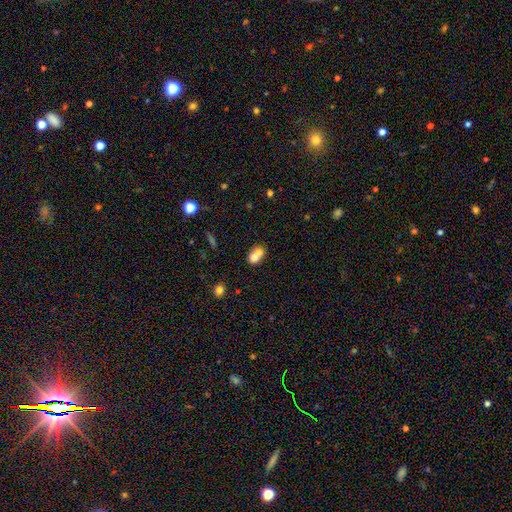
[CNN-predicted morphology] type=smooth (71%); roundness=round (53%); merging=merger (68%).